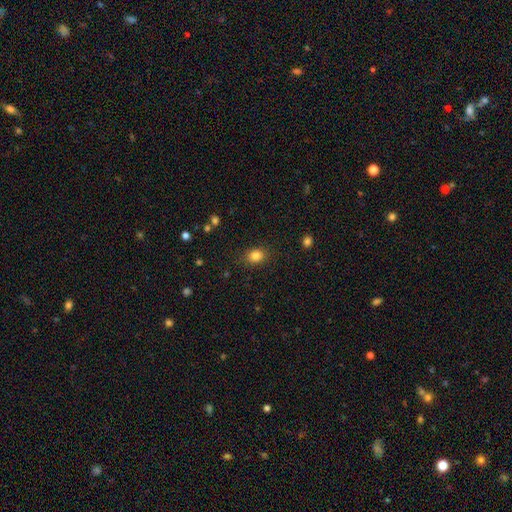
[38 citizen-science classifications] smooth 89%, featured or disk 5%, star or artifact 5%. Down the decision tree: how rounded — round (53%); merging — none (89%).